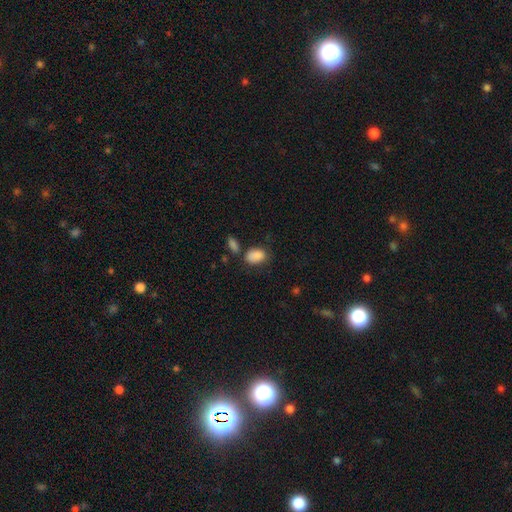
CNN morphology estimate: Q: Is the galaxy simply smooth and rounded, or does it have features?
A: smooth — 88%.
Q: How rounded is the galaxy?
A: in between — 87%.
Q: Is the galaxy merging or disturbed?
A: none — 63%.